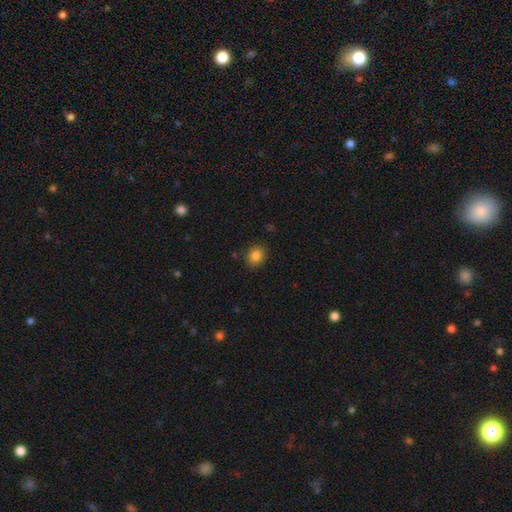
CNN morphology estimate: The model was most divided on "how rounded": round: 64%, in between: 35%, cigar-shaped: 1%. More confident: merging — none (86%); smooth or featured — smooth (84%).